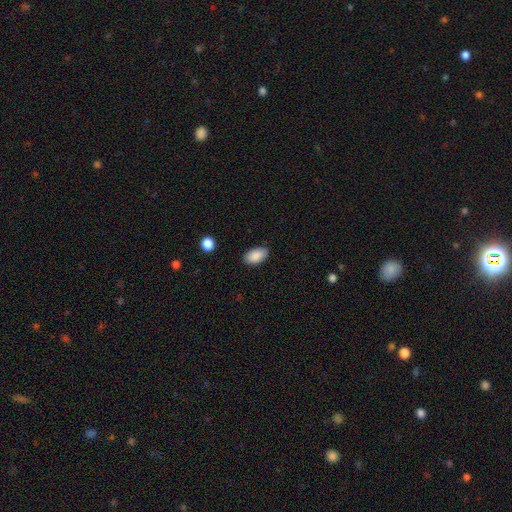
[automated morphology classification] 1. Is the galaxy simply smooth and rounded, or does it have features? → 89% smooth, 7% star or artifact, 4% featured or disk.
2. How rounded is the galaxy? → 94% in between, 4% round, 2% cigar-shaped.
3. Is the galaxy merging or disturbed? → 85% none, 12% minor disturbance, 2% major disturbance, 1% merger.